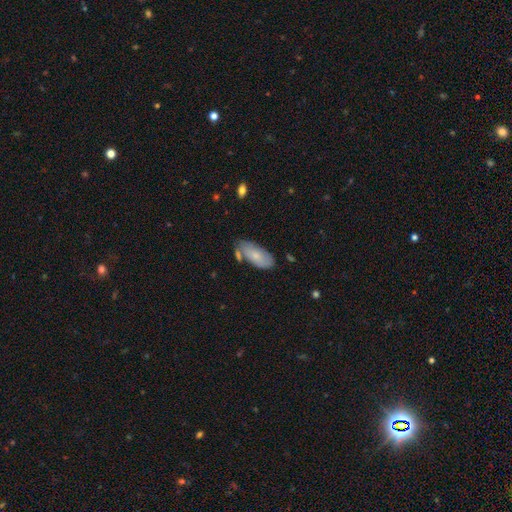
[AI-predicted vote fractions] Smooth or featured?
  - smooth: 69% *
  - featured or disk: 25%
  - star or artifact: 6%
How rounded?
  - in between: 88% *
  - cigar-shaped: 9%
  - round: 2%
Merging?
  - none: 65% *
  - minor disturbance: 21%
  - merger: 9%
  - major disturbance: 5%